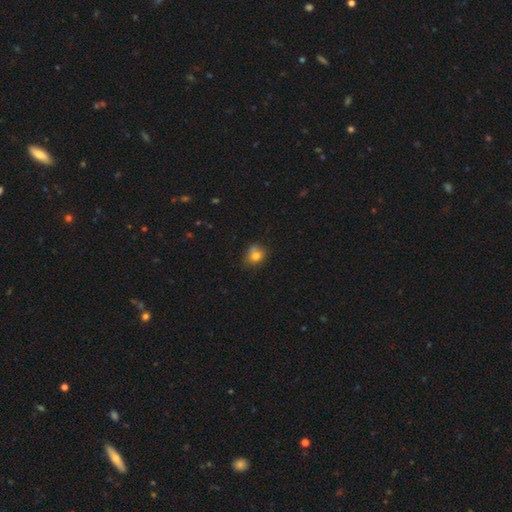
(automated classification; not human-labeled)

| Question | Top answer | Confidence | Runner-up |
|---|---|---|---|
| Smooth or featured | smooth | 78% | star or artifact (12%) |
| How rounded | round | 68% | in between (31%) |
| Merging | none | 61% | minor disturbance (27%) |